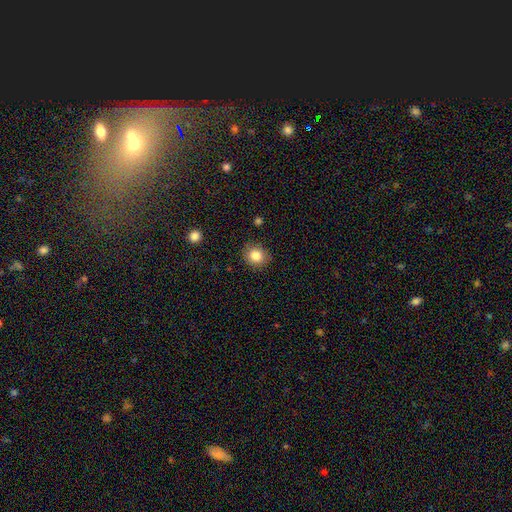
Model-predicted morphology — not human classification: Q: Smooth or featured?
A: smooth (84%); runner-up: star or artifact (10%)
Q: How rounded?
A: round (78%); runner-up: in between (21%)
Q: Merging?
A: none (86%); runner-up: minor disturbance (10%)